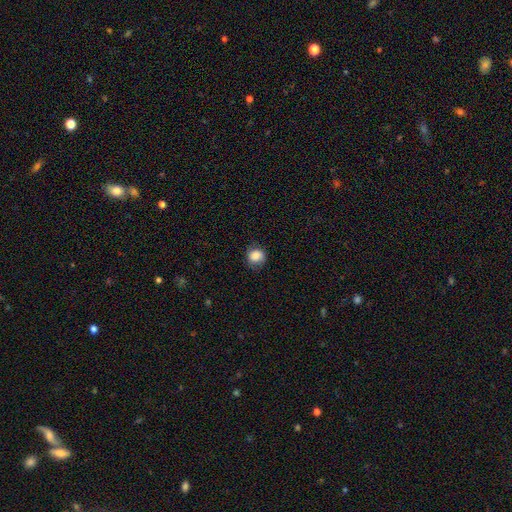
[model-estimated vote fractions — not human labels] This is clearly a smooth galaxy (84%). How rounded: likely round (79%). Merging: likely none (73%).